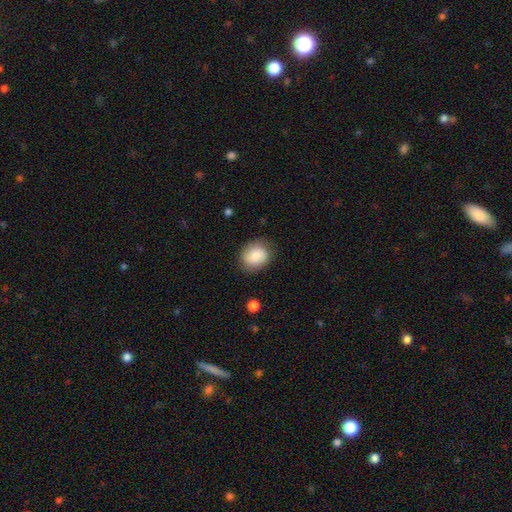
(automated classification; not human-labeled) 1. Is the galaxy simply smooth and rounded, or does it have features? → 77% smooth, 15% featured or disk, 8% star or artifact.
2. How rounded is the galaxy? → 64% round, 35% in between, 1% cigar-shaped.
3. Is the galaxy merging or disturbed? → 81% none, 14% minor disturbance, 4% major disturbance, 1% merger.